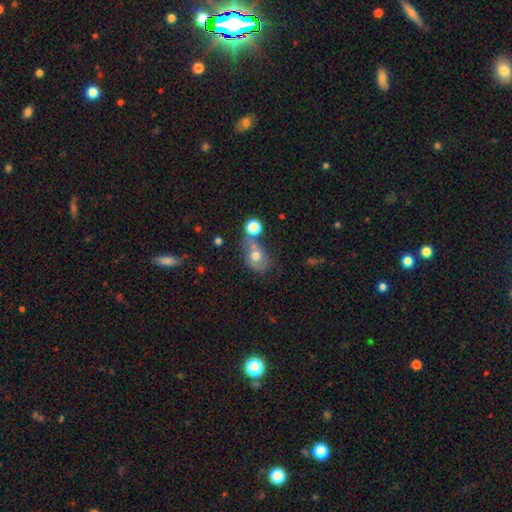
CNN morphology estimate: type=smooth (67%); roundness=in between (57%); merging=none (41%).